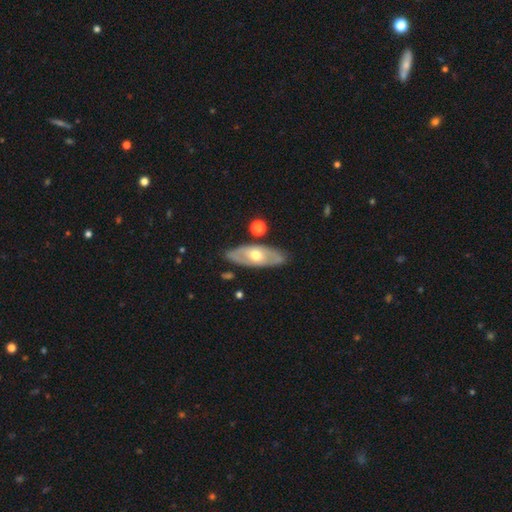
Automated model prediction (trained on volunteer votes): smooth-or-featured: featured or disk: 59% | smooth: 37% | star or artifact: 5%
  disk-edge-on: no: 74% | yes: 26%
  merging: none: 82% | minor disturbance: 12% | major disturbance: 3% | merger: 3%